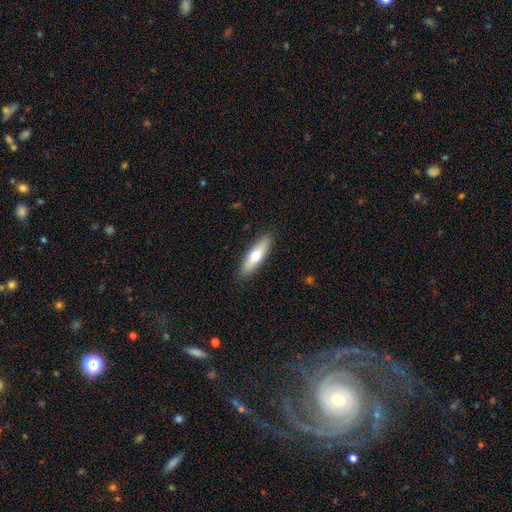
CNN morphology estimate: A smooth galaxy with no disk features (62%) that is cigar-shaped (58%).

Vote fractions:
- Smooth or featured? smooth: 62% / featured or disk: 33% / star or artifact: 6%
- How rounded? cigar-shaped: 58% / in between: 40% / round: 2%
- Merging? none: 89% / minor disturbance: 8% / major disturbance: 2% / merger: 1%